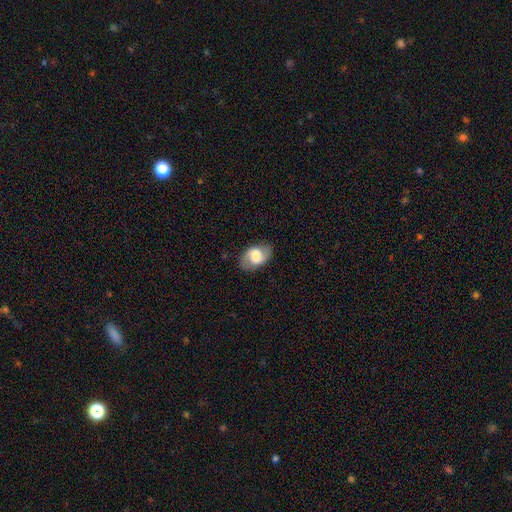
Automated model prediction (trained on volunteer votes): Smooth or featured? Predicted: smooth (p=0.50). Merging? Predicted: none (p=0.83).